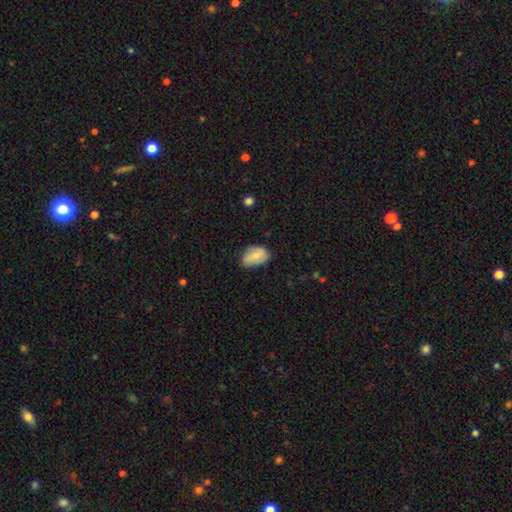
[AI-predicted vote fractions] Smooth or featured?
  - smooth: 79% *
  - featured or disk: 14%
  - star or artifact: 7%
How rounded?
  - in between: 89% *
  - round: 10%
  - cigar-shaped: 1%
Merging?
  - none: 59% *
  - minor disturbance: 33%
  - major disturbance: 6%
  - merger: 2%